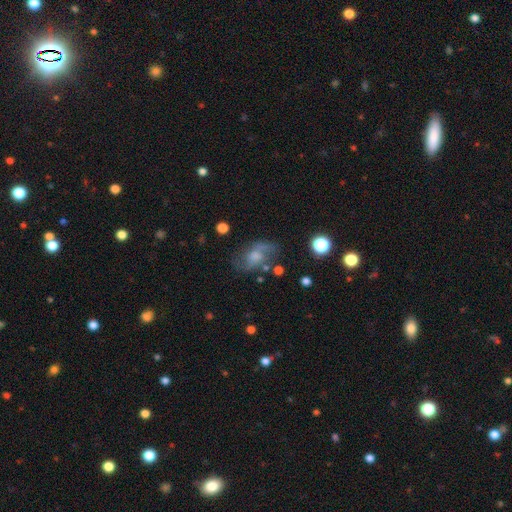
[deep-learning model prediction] Overall: featured or disk (54%; smooth 34%). Edge-on disk: no (95%). Bar: no (65%; weak 30%). Spiral arms: yes (77%). Bulge size: moderate (37%; small 24%). Merging: none (55%; minor disturbance 23%).